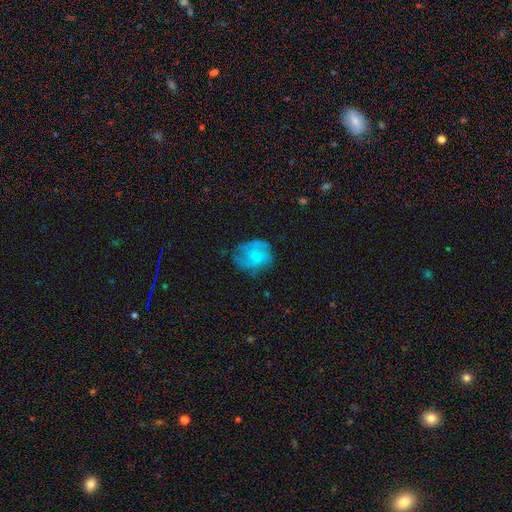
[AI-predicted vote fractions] Smooth or featured? Predicted: featured or disk (p=0.62). Edge-on disk? Predicted: no (p=0.98). Bar? Predicted: no (p=0.68). Spiral arms? Predicted: yes (p=0.85). Spiral winding? Predicted: medium (p=0.47). Spiral arm count? Predicted: 3 (p=0.37). Bulge size? Predicted: small (p=0.43). Merging? Predicted: none (p=0.61).